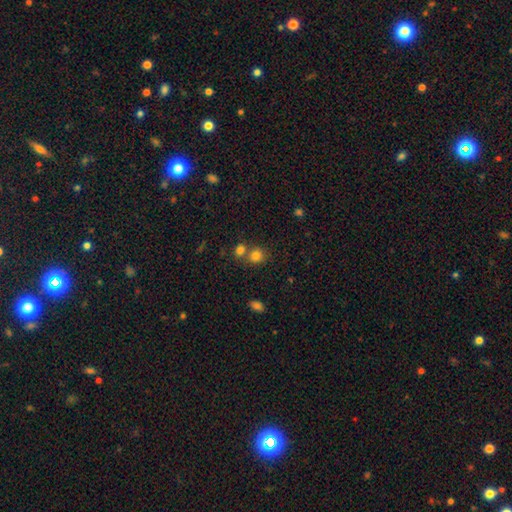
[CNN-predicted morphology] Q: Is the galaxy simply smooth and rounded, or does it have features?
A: smooth — 79%.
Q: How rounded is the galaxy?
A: round — 80%.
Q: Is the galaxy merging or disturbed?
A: none — 56%.